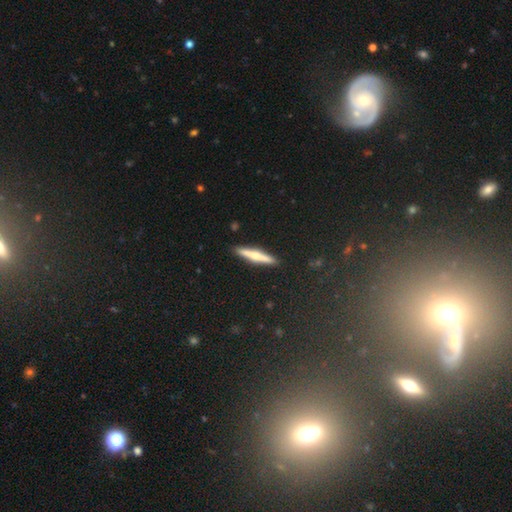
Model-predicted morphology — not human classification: Smooth or featured: featured or disk — 51% (smooth — 43%)
Edge-on disk: yes — 97% (no — 3%)
Merging: none — 91% (minor disturbance — 6%)